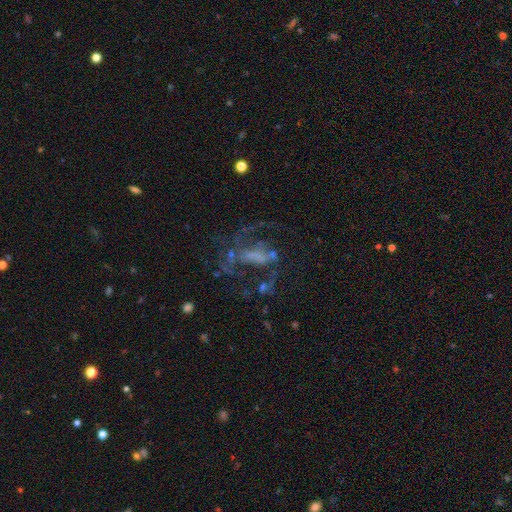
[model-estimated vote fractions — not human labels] Smooth or featured?
  - featured or disk: 63% *
  - star or artifact: 20%
  - smooth: 16%
Edge-on disk?
  - no: 96% *
  - yes: 4%
Bar?
  - no: 49% *
  - weak: 31%
  - strong: 20%
Spiral arms?
  - yes: 55% *
  - no: 45%
Bulge size?
  - none: 58% *
  - small: 18%
  - moderate: 16%
  - large: 6%
  - dominant: 2%
Merging?
  - major disturbance: 41% *
  - none: 38%
  - minor disturbance: 15%
  - merger: 6%